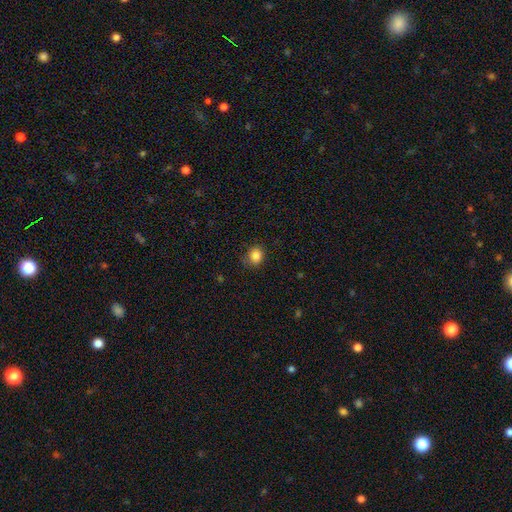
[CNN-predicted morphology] smooth 85%, star or artifact 11%, featured or disk 4%. Down the decision tree: how rounded — round (67%); merging — none (76%).